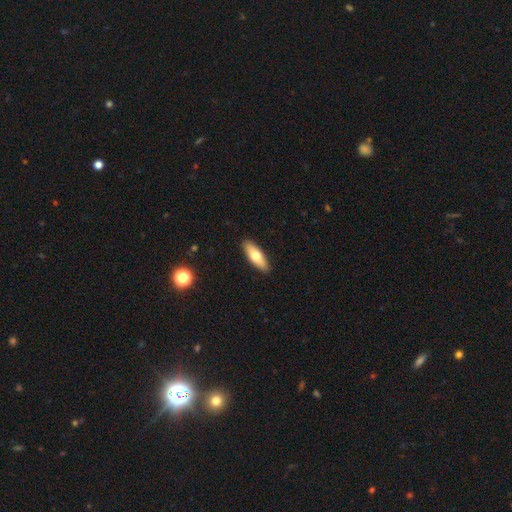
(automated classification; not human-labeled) Smooth or featured? smooth (66%)
How rounded? in between (63%)
Merging? none (91%)